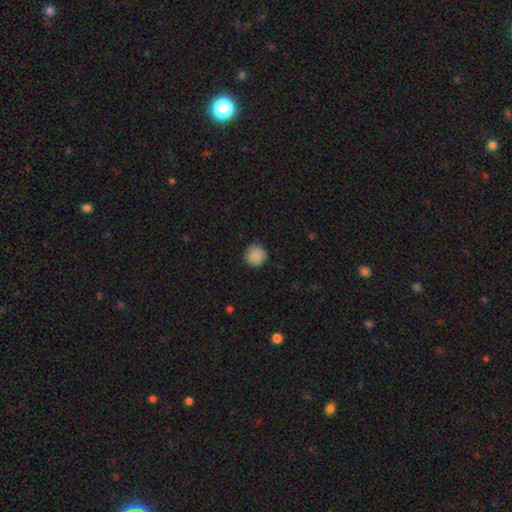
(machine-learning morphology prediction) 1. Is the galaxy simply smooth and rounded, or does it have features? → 88% smooth, 8% star or artifact, 4% featured or disk.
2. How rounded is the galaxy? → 94% round, 5% in between, 1% cigar-shaped.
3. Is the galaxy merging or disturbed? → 85% none, 11% minor disturbance, 2% major disturbance, 1% merger.